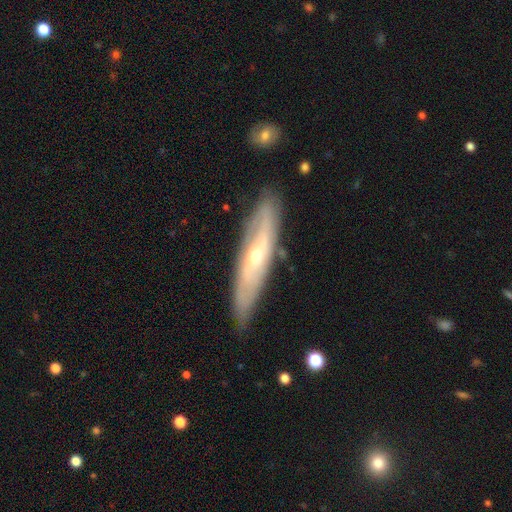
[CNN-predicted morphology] Smooth or featured? featured or disk (69%)
Edge-on disk? yes (51%)
Merging? none (82%)